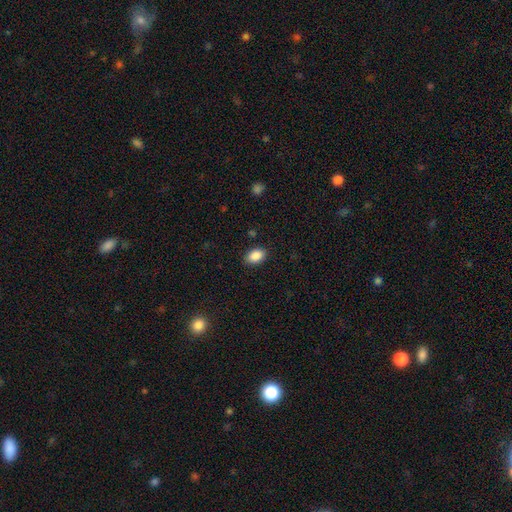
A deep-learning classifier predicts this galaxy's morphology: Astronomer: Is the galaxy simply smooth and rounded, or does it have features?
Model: smooth — 89%.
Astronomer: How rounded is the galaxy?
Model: in between — 86%.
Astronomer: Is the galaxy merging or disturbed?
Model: none — 88%.